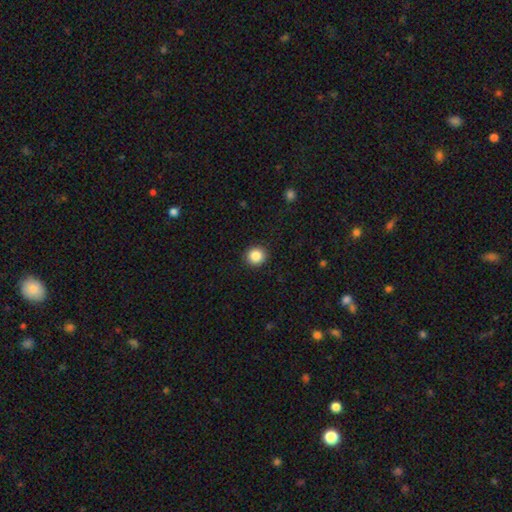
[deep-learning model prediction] Smooth or featured: smooth — 86% (star or artifact — 10%)
How rounded: round — 91% (in between — 8%)
Merging: none — 92% (minor disturbance — 5%)